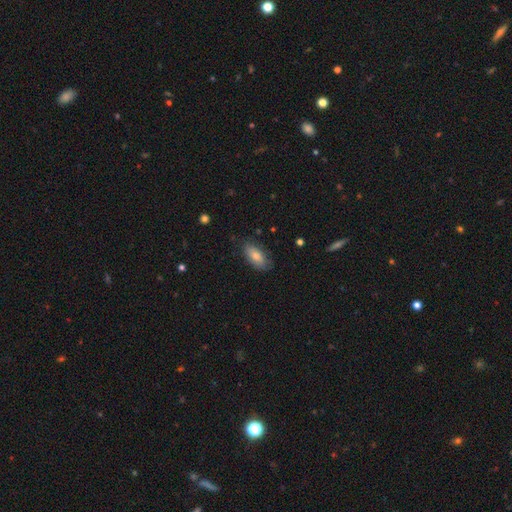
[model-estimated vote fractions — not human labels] Q: Smooth or featured?
A: smooth (74%); runner-up: featured or disk (18%)
Q: How rounded?
A: in between (84%); runner-up: cigar-shaped (13%)
Q: Merging?
A: none (79%); runner-up: minor disturbance (16%)